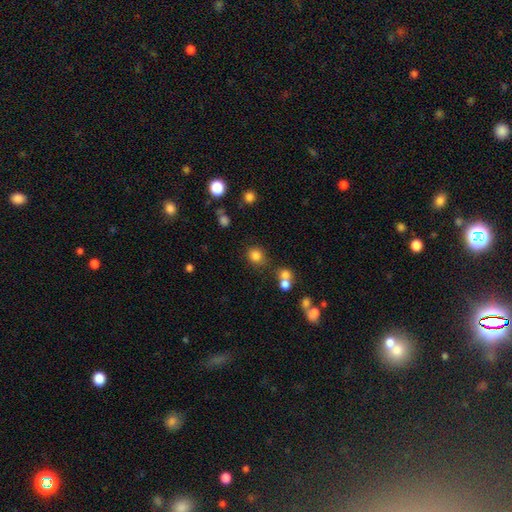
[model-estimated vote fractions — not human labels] Smooth or featured?
  - smooth: 81% *
  - star or artifact: 13%
  - featured or disk: 6%
How rounded?
  - round: 78% *
  - in between: 21%
  - cigar-shaped: 1%
Merging?
  - none: 74% *
  - minor disturbance: 11%
  - merger: 10%
  - major disturbance: 4%